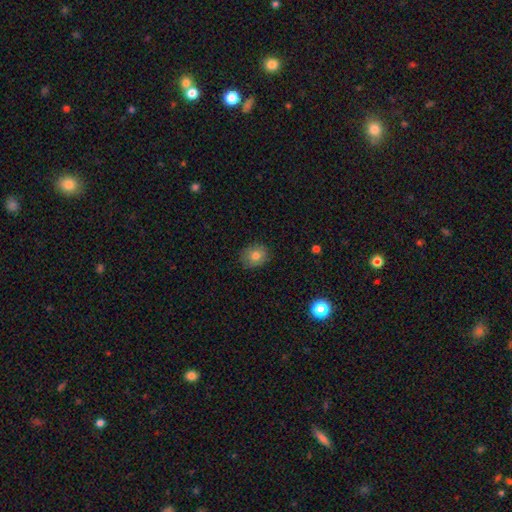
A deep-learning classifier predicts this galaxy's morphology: This appears to be a smooth galaxy with no disk features (78%) that is round (62%). Merging: none (85%).